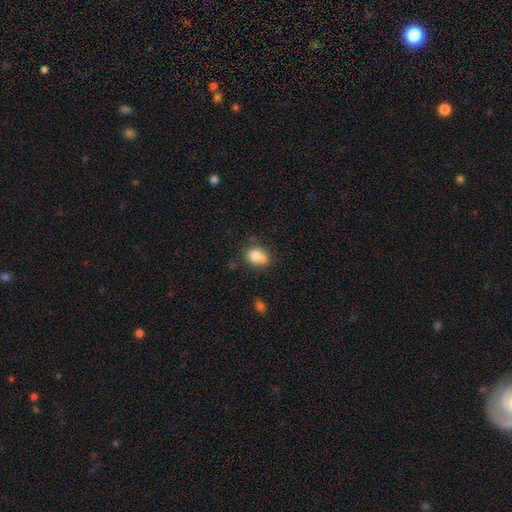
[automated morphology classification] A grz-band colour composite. It shows a smooth galaxy with no disk features (81%) that is round (50%). Merging: none (56%).